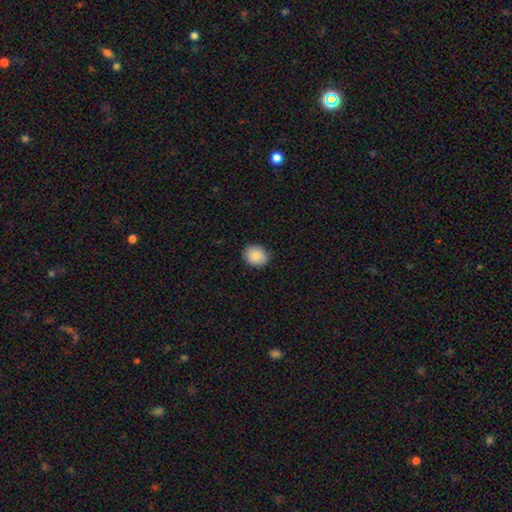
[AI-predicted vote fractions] Overall: smooth (88%). How rounded: round (66%; in between 34%). Merging: none (88%).